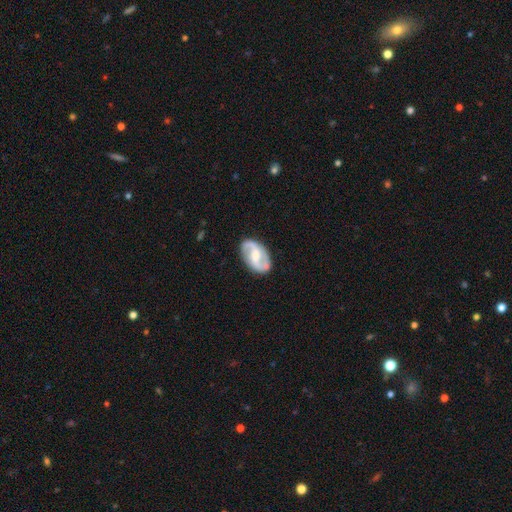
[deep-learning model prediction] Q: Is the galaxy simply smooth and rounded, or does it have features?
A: featured or disk — 83%.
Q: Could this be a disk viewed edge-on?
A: no — 97%.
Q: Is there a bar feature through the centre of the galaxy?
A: weak — 49%.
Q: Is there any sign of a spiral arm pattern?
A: yes — 93%.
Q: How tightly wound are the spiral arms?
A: medium — 47%.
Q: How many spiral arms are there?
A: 2 — 91%.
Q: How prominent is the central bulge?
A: moderate — 48%.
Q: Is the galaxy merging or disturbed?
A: none — 83%.